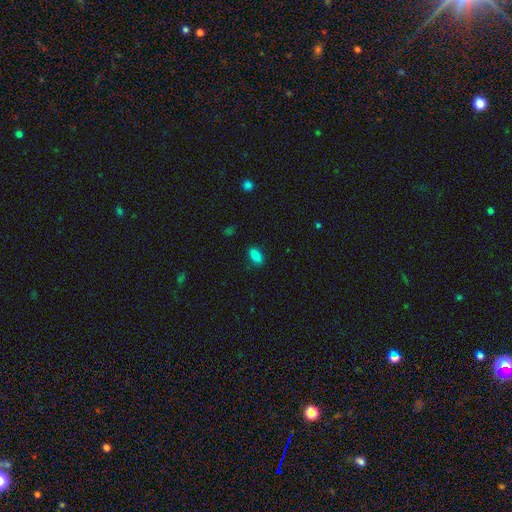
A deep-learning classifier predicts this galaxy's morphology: This appears to be a smooth galaxy with no disk features (82%) that is in between round and cigar-shaped (91%). Merging: none (83%).